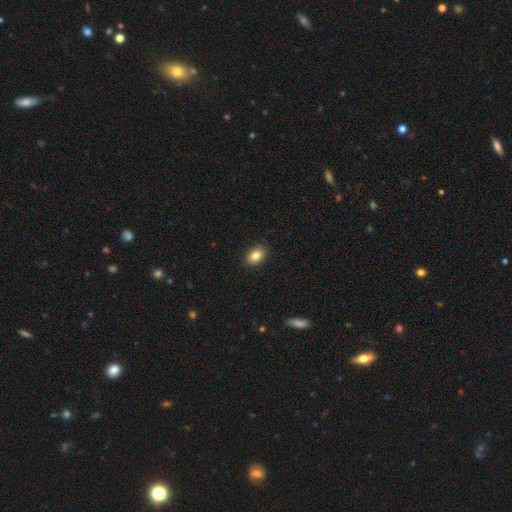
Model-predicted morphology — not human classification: smooth_or_featured: smooth (p=0.84) [alt: star or artifact p=0.08]
how_rounded: in between (p=0.82) [alt: round p=0.16]
merging: none (p=0.89) [alt: minor disturbance p=0.09]